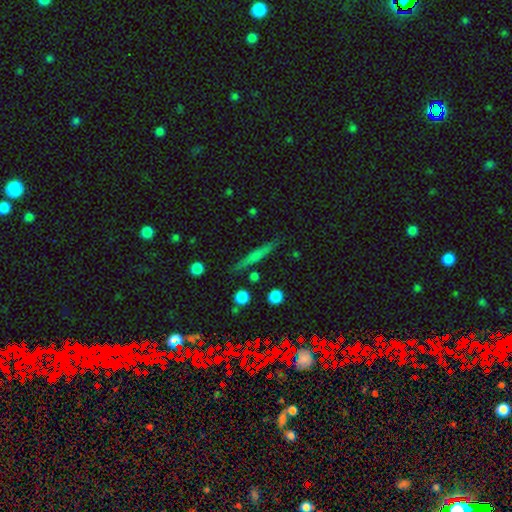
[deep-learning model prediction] Q: Smooth or featured?
A: smooth (51%); runner-up: featured or disk (38%)
Q: How rounded?
A: cigar-shaped (86%); runner-up: in between (8%)
Q: Merging?
A: none (82%); runner-up: minor disturbance (11%)